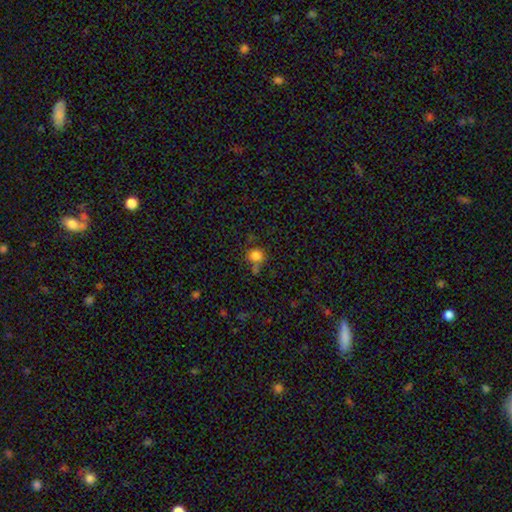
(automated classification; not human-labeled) A smooth galaxy with no disk features (81%) that is round (83%).

Vote fractions:
- Smooth or featured? smooth: 81% / star or artifact: 13% / featured or disk: 6%
- How rounded? round: 83% / in between: 16% / cigar-shaped: 1%
- Merging? none: 61% / merger: 19% / minor disturbance: 15% / major disturbance: 6%